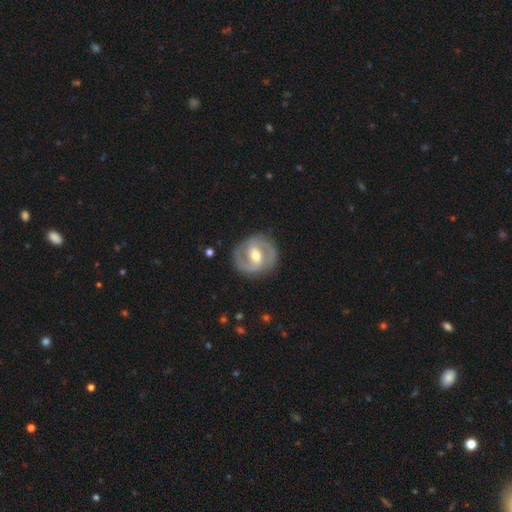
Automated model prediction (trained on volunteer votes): Smooth or featured: featured or disk — 78% (smooth — 18%)
Edge-on disk: no — 97% (yes — 3%)
Bar: weak — 46% (strong — 34%)
Spiral arms: yes — 81% (no — 19%)
Spiral winding: medium — 46% (tight — 40%)
Spiral arm count: 2 — 87% (can't tell — 7%)
Bulge size: moderate — 72% (small — 20%)
Merging: none — 85% (minor disturbance — 10%)